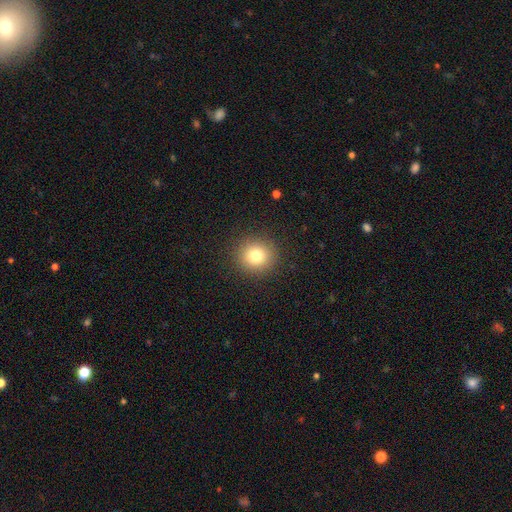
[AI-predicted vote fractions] Smooth or featured? smooth (80%)
How rounded? round (91%)
Merging? none (91%)